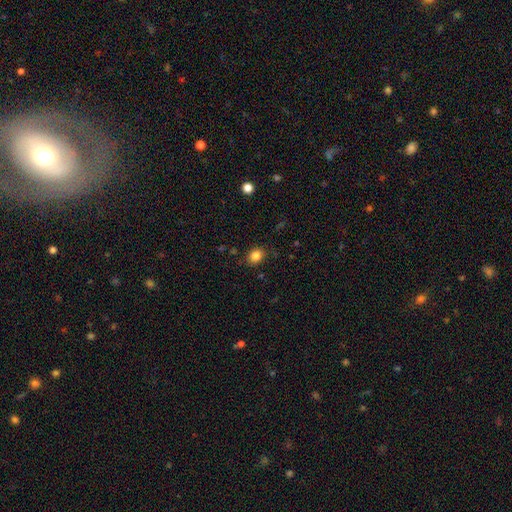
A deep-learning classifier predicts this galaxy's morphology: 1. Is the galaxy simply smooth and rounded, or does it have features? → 84% smooth, 11% star or artifact, 5% featured or disk.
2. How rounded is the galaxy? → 57% round, 42% in between, 1% cigar-shaped.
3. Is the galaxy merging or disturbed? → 84% none, 11% minor disturbance, 3% major disturbance, 1% merger.